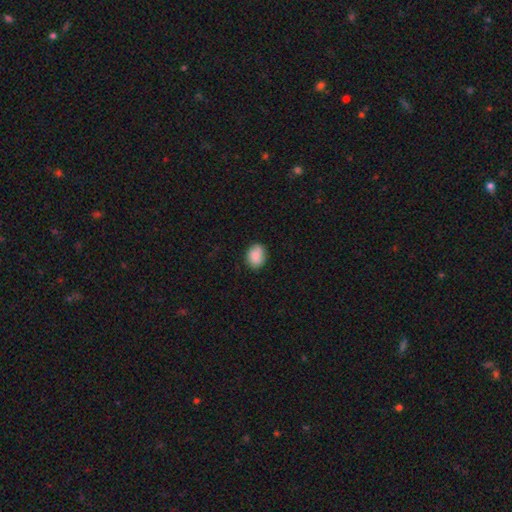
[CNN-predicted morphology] type=smooth (87%); roundness=in between (59%); merging=none (81%).